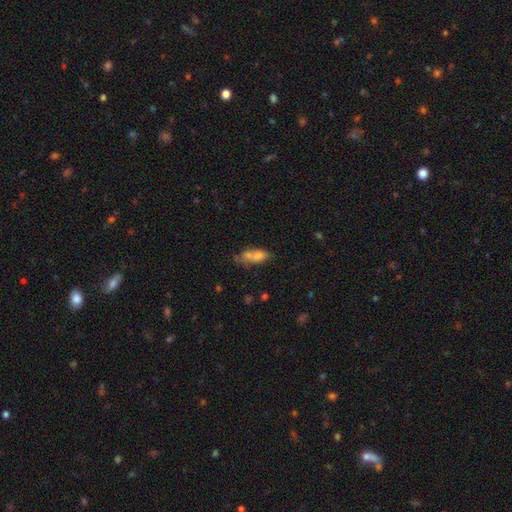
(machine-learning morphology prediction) Smooth or featured?
  - smooth: 70% *
  - featured or disk: 18%
  - star or artifact: 11%
How rounded?
  - in between: 79% *
  - cigar-shaped: 14%
  - round: 7%
Merging?
  - merger: 43% *
  - none: 32%
  - minor disturbance: 16%
  - major disturbance: 9%